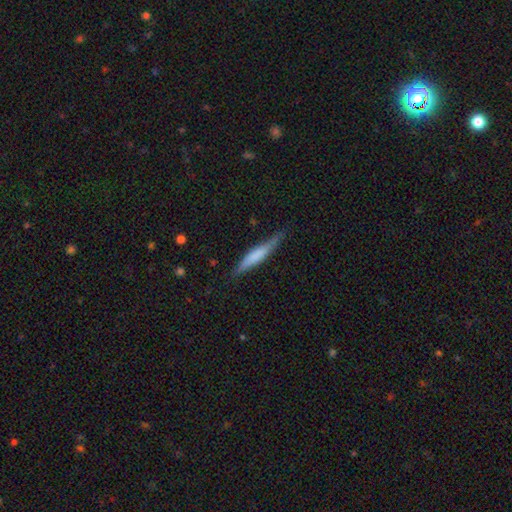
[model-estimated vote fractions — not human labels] Smooth or featured? Predicted: smooth (p=0.58). How rounded? Predicted: cigar-shaped (p=0.90). Merging? Predicted: none (p=0.74).